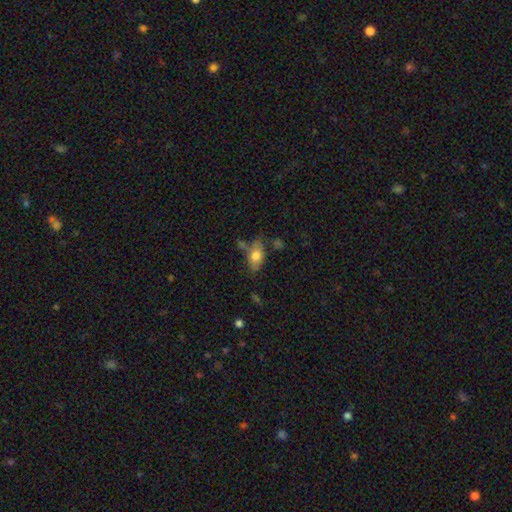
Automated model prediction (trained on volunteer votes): This appears to be a smooth galaxy with no disk features (71%) that is in between round and cigar-shaped (86%). Merging: none (53%).